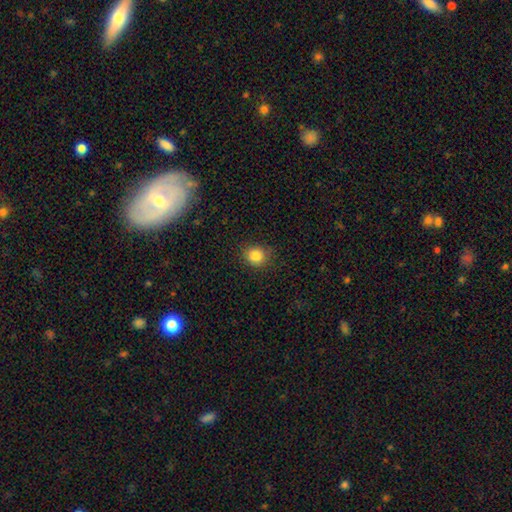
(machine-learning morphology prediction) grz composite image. It shows a smooth galaxy with no disk features (83%) that is round (84%). Merging: none (87%).